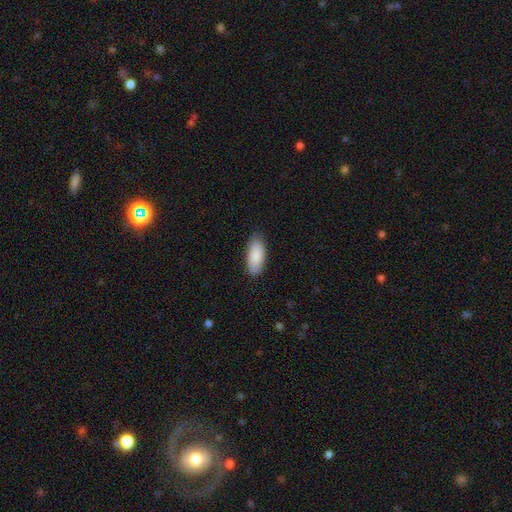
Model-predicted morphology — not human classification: Smooth or featured? Predicted: smooth (p=0.87). How rounded? Predicted: in between (p=0.86). Merging? Predicted: none (p=0.84).